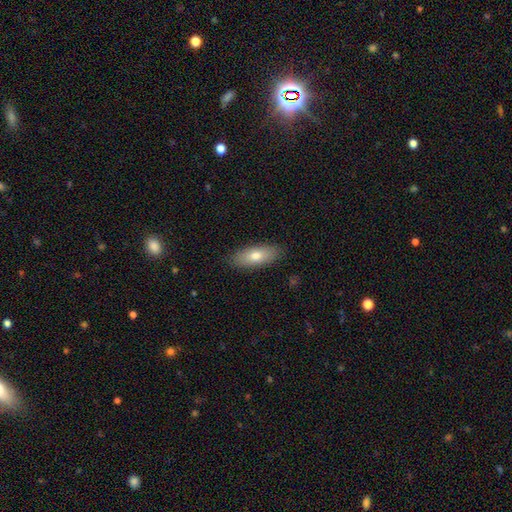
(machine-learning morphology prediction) Smooth or featured? smooth (74%)
How rounded? in between (71%)
Merging? none (88%)